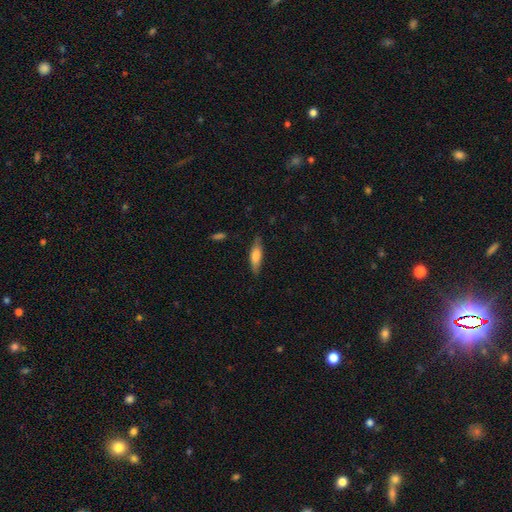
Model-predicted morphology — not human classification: A smooth galaxy with no disk features (67%) that is cigar-shaped (61%).

Vote fractions:
- Smooth or featured? smooth: 67% / featured or disk: 27% / star or artifact: 6%
- How rounded? cigar-shaped: 61% / in between: 37% / round: 2%
- Merging? none: 80% / minor disturbance: 15% / major disturbance: 3% / merger: 1%